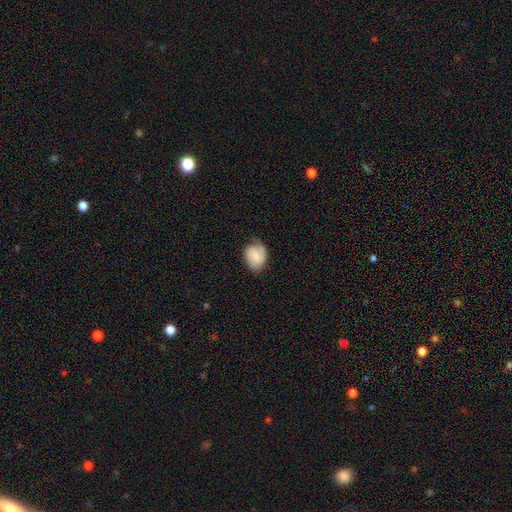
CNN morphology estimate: smooth_or_featured: smooth (p=0.50) [alt: featured or disk p=0.43]
merging: none (p=0.60) [alt: minor disturbance p=0.29]